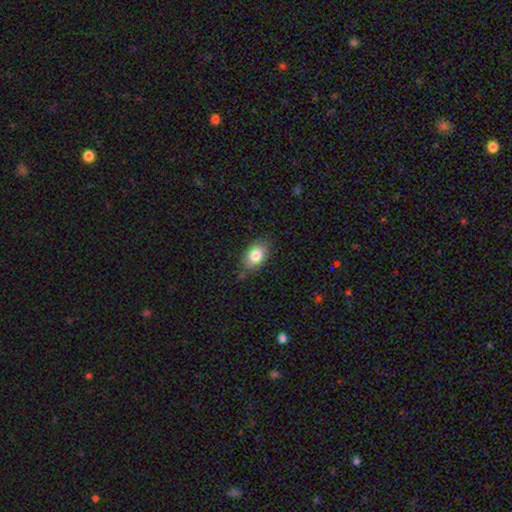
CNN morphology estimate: A smooth galaxy with no disk features (81%) that is in between round and cigar-shaped (85%).

Vote fractions:
- Smooth or featured? smooth: 81% / featured or disk: 11% / star or artifact: 8%
- How rounded? in between: 85% / round: 13% / cigar-shaped: 2%
- Merging? none: 78% / minor disturbance: 17% / major disturbance: 3% / merger: 2%